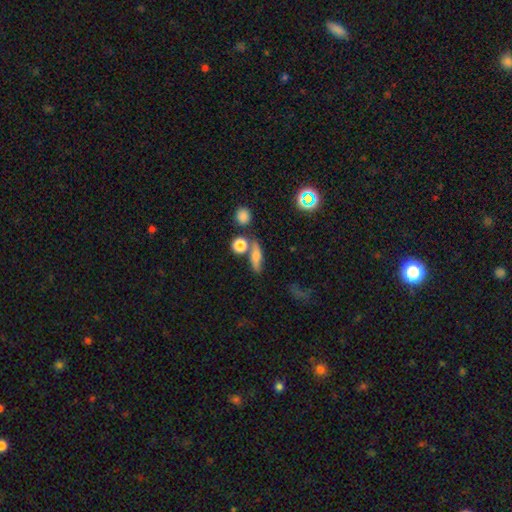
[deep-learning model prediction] smooth_or_featured: smooth (p=0.61) [alt: featured or disk p=0.25]
how_rounded: in between (p=0.39) [alt: cigar-shaped p=0.35]
merging: none (p=0.59) [alt: merger p=0.20]